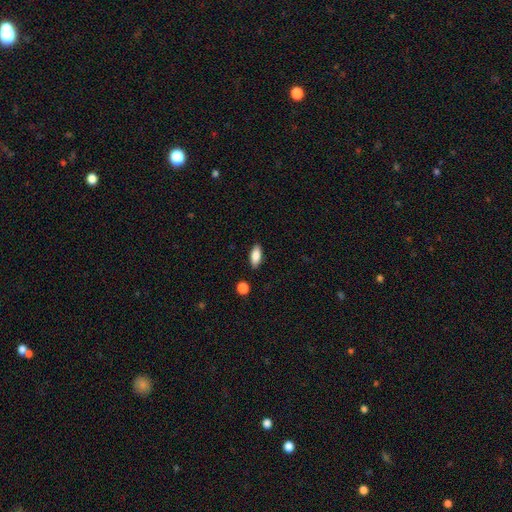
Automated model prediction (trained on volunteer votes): Smooth or featured? Predicted: smooth (p=0.85). How rounded? Predicted: in between (p=0.83). Merging? Predicted: none (p=0.87).